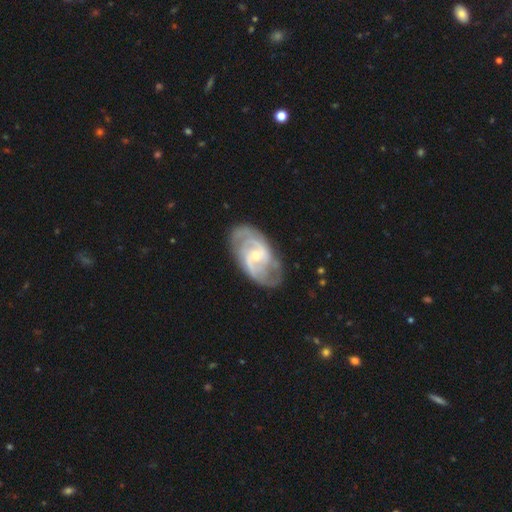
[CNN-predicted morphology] Smooth or featured?
  - featured or disk: 88% *
  - smooth: 7%
  - star or artifact: 5%
Edge-on disk?
  - no: 96% *
  - yes: 4%
Bar?
  - weak: 43% * (tied)
  - no: 43% * (tied)
  - strong: 14%
Spiral arms?
  - yes: 96% *
  - no: 4%
Spiral winding?
  - medium: 45% *
  - tight: 43%
  - loose: 12%
Spiral arm count?
  - 2: 66% *
  - can't tell: 14%
  - 3: 11%
  - 4: 3%
  - 1: 3%
  - more than 4: 3%
Bulge size?
  - small: 60% *
  - moderate: 37%
  - large: 1%
  - none: 1%
  - dominant: 1%
Merging?
  - none: 76% *
  - minor disturbance: 16%
  - major disturbance: 6%
  - merger: 1%